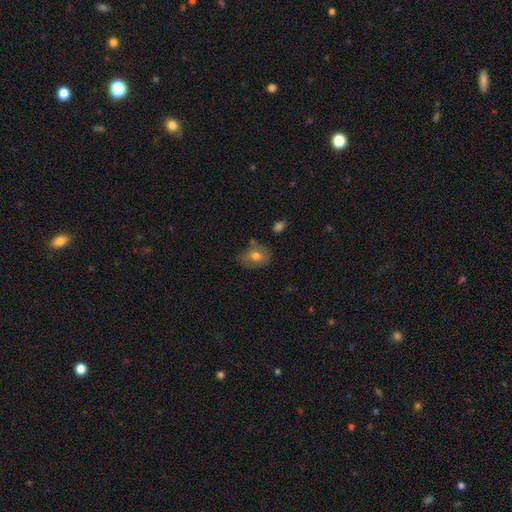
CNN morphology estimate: Overall: smooth (66%). How rounded: in between (57%; round 42%). Merging: none (67%).